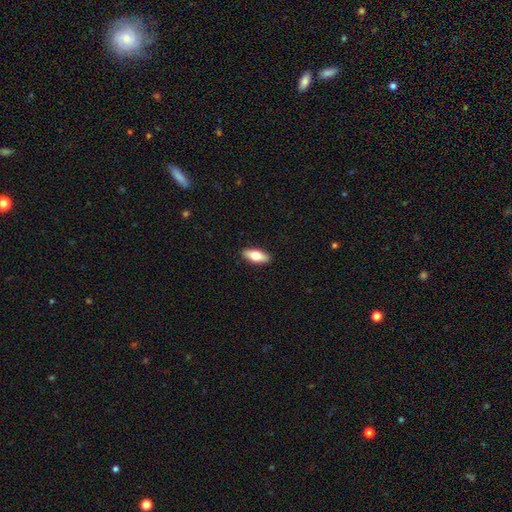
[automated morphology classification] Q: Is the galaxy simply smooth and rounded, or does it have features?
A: smooth — 67%.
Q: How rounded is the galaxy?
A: in between — 74%.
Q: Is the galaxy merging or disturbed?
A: none — 90%.